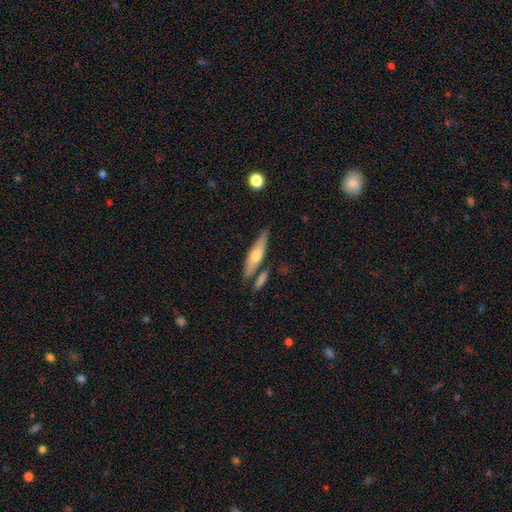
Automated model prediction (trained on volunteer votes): This is possibly a smooth galaxy (55%). How rounded: likely cigar-shaped (71%). Merging: likely none (73%).